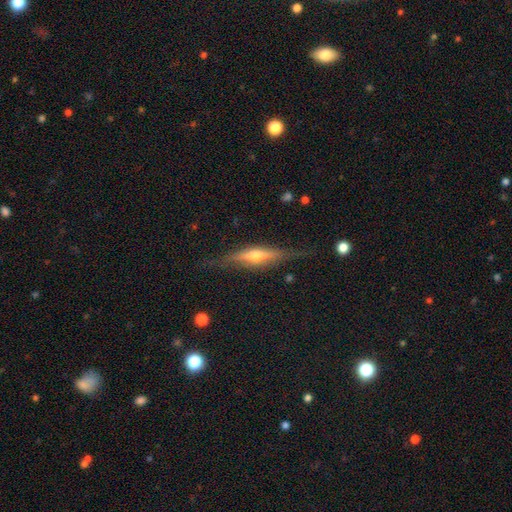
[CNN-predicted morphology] Q: Smooth or featured?
A: featured or disk (75%); runner-up: smooth (18%)
Q: Edge-on disk?
A: yes (95%); runner-up: no (5%)
Q: Edge-on bulge?
A: rounded (85%); runner-up: boxy (8%)
Q: Merging?
A: none (79%); runner-up: minor disturbance (15%)